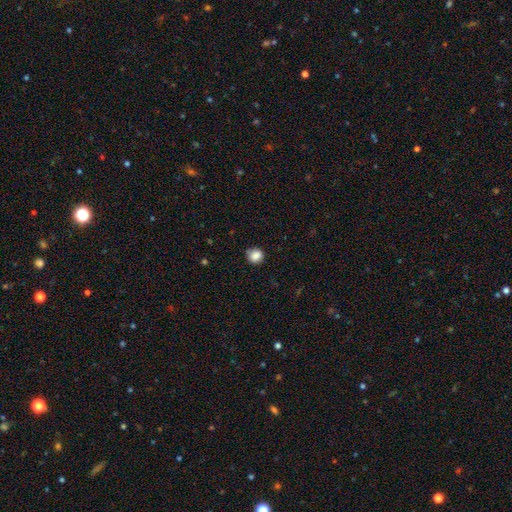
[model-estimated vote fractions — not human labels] A smooth galaxy with no disk features (86%) that is round (84%).

Vote fractions:
- Smooth or featured? smooth: 86% / star or artifact: 10% / featured or disk: 4%
- How rounded? round: 84% / in between: 15% / cigar-shaped: 1%
- Merging? none: 78% / minor disturbance: 16% / major disturbance: 3% / merger: 3%